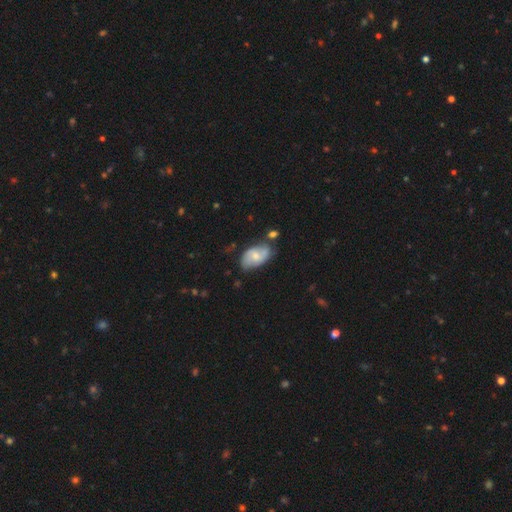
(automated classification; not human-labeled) Morphology: type=featured or disk (51%); edge-on=no (95%); merging=none (61%).